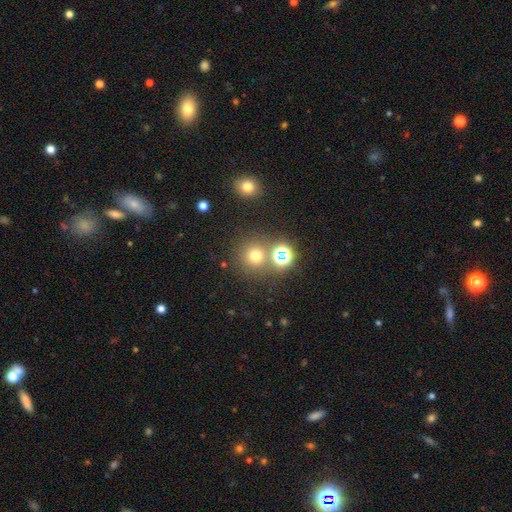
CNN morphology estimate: This is likely a smooth galaxy (68%). How rounded: clearly round (93%). Merging: likely none (74%).